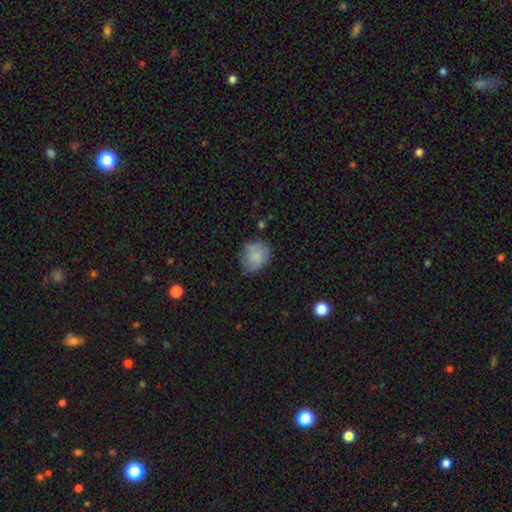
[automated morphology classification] Smooth or featured: smooth — 75% (featured or disk — 17%)
How rounded: round — 63% (in between — 36%)
Merging: none — 66% (minor disturbance — 25%)